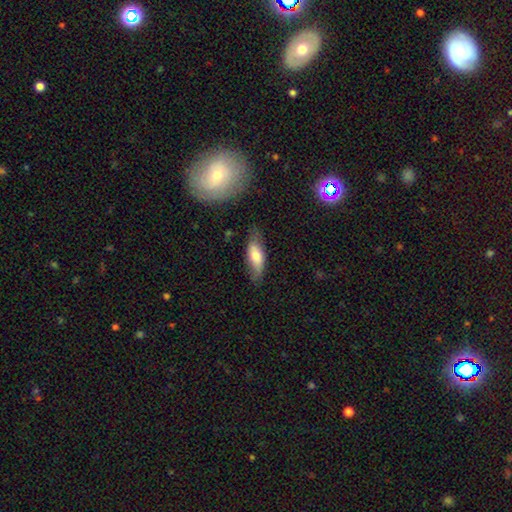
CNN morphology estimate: The model was most divided on "how rounded": in between: 67%, cigar-shaped: 31%, round: 2%. More confident: smooth or featured — smooth (69%); merging — none (68%).